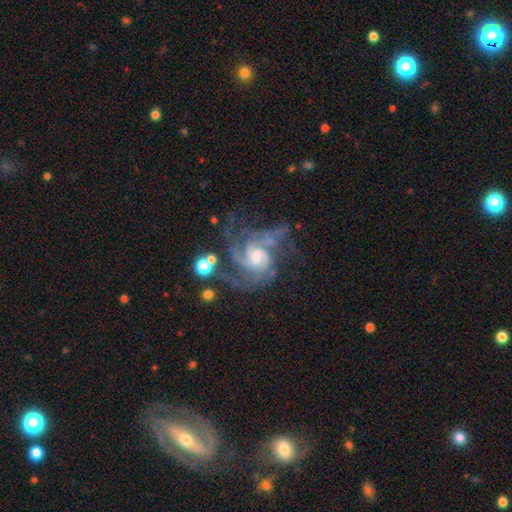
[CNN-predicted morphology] This appears to be a featured or disk galaxy (89%) with no bar (45%), 3 (33%) medium (46%) spiral arms (97%) and a moderate central bulge (45%). Merging: none (50%).